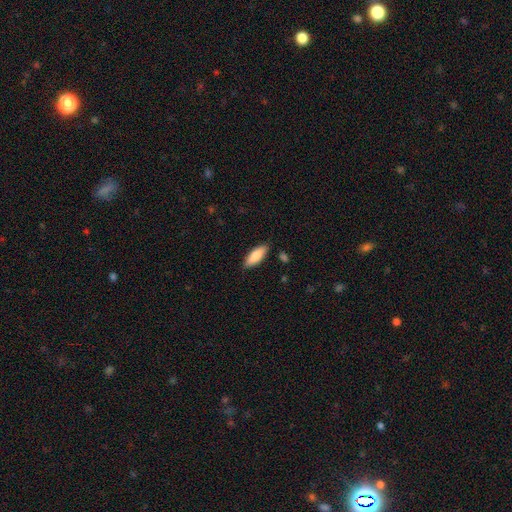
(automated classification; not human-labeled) This appears to be a smooth galaxy with no disk features (83%) that is in between round and cigar-shaped (68%). Merging: none (86%).